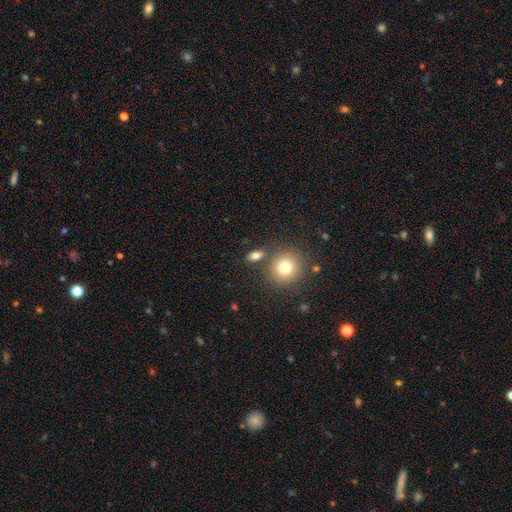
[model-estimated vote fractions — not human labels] Smooth or featured? Predicted: smooth (p=0.80). How rounded? Predicted: in between (p=0.63). Merging? Predicted: none (p=0.76).